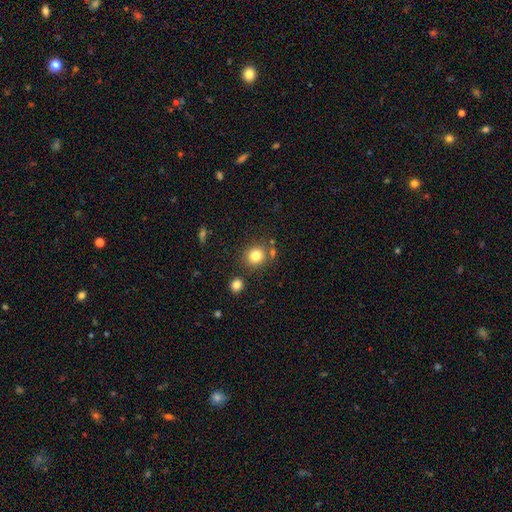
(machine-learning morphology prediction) Smooth or featured? Predicted: smooth (p=0.81). How rounded? Predicted: round (p=0.87). Merging? Predicted: none (p=0.78).